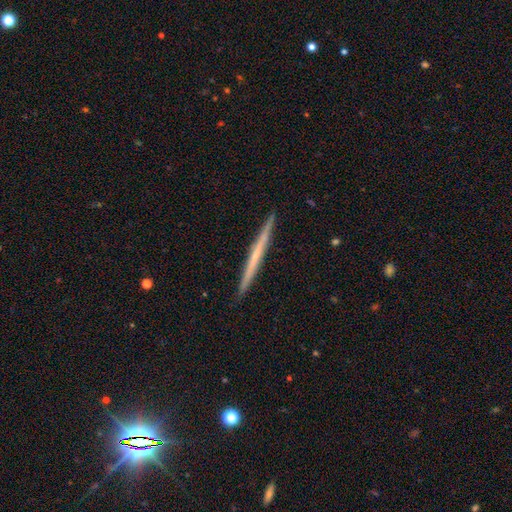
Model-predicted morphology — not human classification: Smooth or featured? Predicted: featured or disk (p=0.53). Edge-on disk? Predicted: yes (p=0.98). Edge-on bulge? Predicted: none (p=0.85). Merging? Predicted: none (p=0.92).